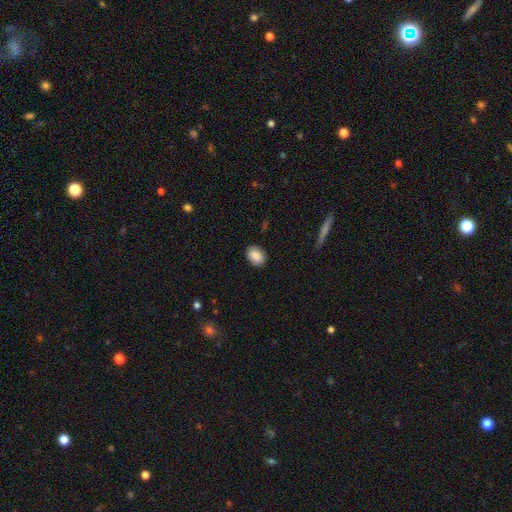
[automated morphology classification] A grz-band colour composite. It shows a smooth galaxy with no disk features (89%) that is in between round and cigar-shaped (74%). Merging: none (88%).